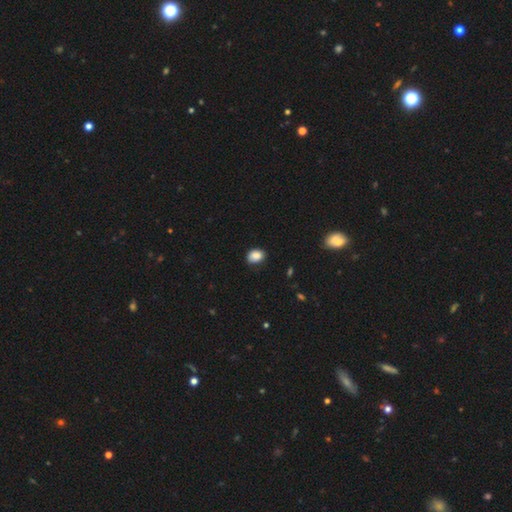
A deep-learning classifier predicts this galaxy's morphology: Smooth or featured? smooth (88%)
How rounded? in between (70%)
Merging? none (81%)